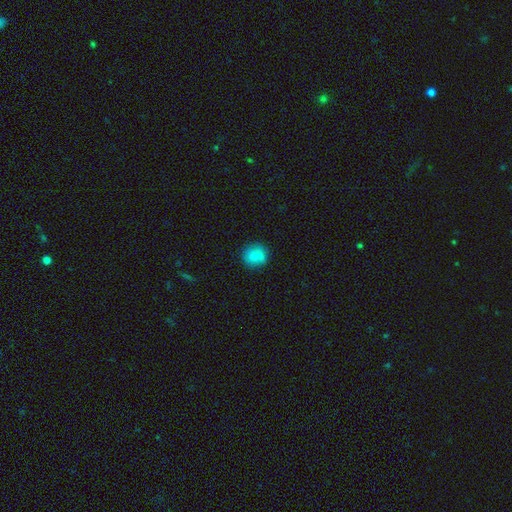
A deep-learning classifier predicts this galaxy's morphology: Q: Smooth or featured?
A: smooth (80%); runner-up: featured or disk (11%)
Q: How rounded?
A: round (85%); runner-up: in between (14%)
Q: Merging?
A: none (72%); runner-up: minor disturbance (16%)